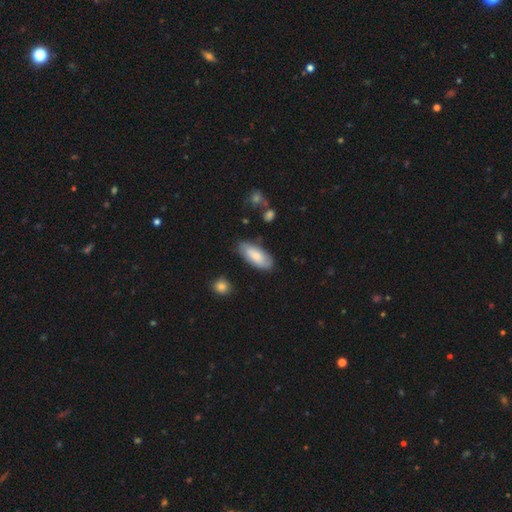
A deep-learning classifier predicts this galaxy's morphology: Overall: smooth (72%). How rounded: in between (86%). Merging: none (79%).